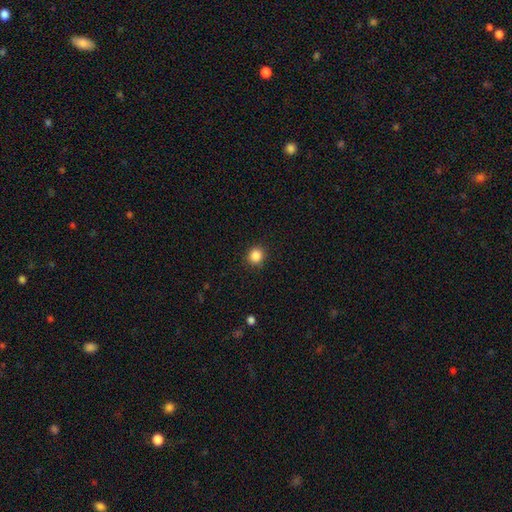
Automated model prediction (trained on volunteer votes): smooth_or_featured: smooth (p=0.86) [alt: star or artifact p=0.11]
how_rounded: round (p=0.91) [alt: in between p=0.08]
merging: none (p=0.91) [alt: minor disturbance p=0.06]